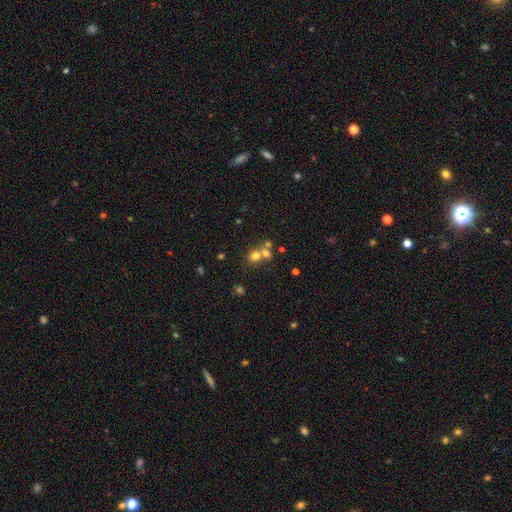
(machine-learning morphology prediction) smooth 70%, star or artifact 17%, featured or disk 13%. Down the decision tree: how rounded — round (79%); merging — merger (48%).